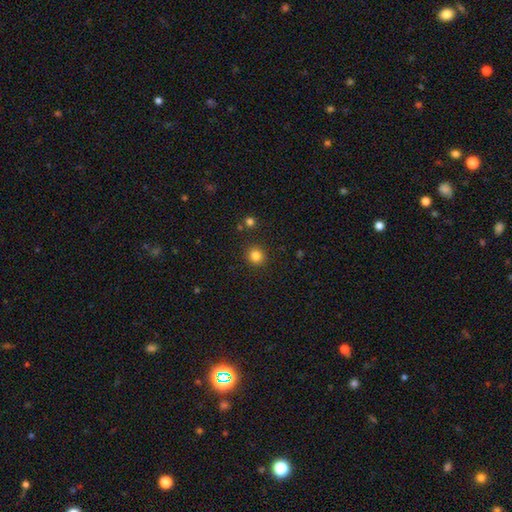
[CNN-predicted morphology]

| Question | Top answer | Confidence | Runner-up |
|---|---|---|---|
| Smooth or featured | smooth | 83% | star or artifact (12%) |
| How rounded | round | 90% | in between (9%) |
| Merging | none | 90% | minor disturbance (6%) |